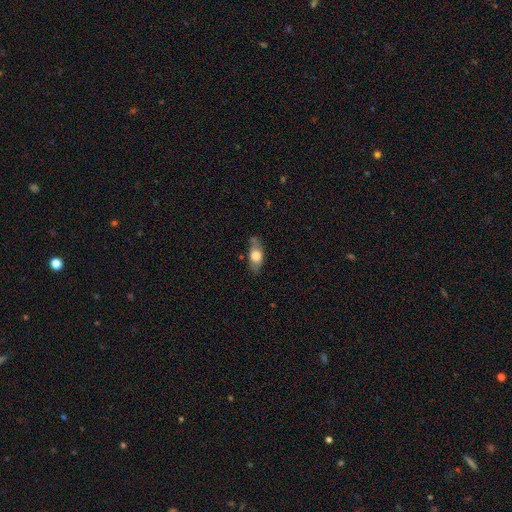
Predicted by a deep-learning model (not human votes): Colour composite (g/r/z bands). It shows a smooth galaxy with no disk features (64%) that is in between round and cigar-shaped (79%). Merging: none (67%).